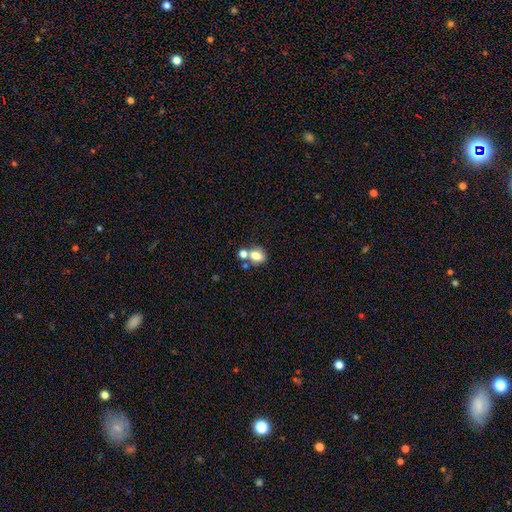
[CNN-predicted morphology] A smooth galaxy with no disk features (76%) that is in between round and cigar-shaped (59%).

Vote fractions:
- Smooth or featured? smooth: 76% / featured or disk: 13% / star or artifact: 11%
- How rounded? in between: 59% / round: 40% / cigar-shaped: 1%
- Merging? none: 46% / merger: 38% / minor disturbance: 11% / major disturbance: 5%